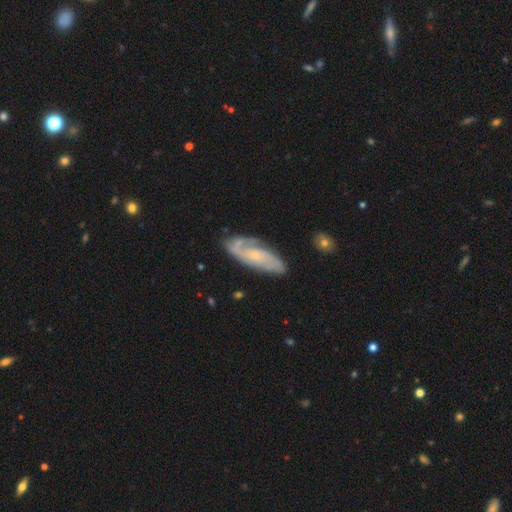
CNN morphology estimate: smooth_or_featured: featured or disk (p=0.78) [alt: smooth p=0.16]
disk_edge_on: no (p=0.90) [alt: yes p=0.10]
bar: no (p=0.61) [alt: weak p=0.32]
has_spiral_arms: yes (p=0.93) [alt: no p=0.07]
spiral_winding: medium (p=0.42) [tied with: tight p=0.42]
spiral_arm_count: 2 (p=0.55) [alt: can't tell p=0.22]
bulge_size: small (p=0.69) [alt: moderate p=0.21]
merging: none (p=0.71) [alt: minor disturbance p=0.20]